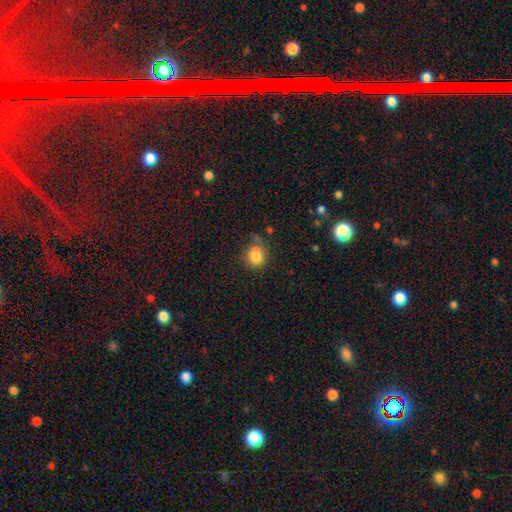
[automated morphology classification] Smooth or featured: smooth — 84% (star or artifact — 10%)
How rounded: round — 53% (in between — 46%)
Merging: none — 61% (minor disturbance — 25%)